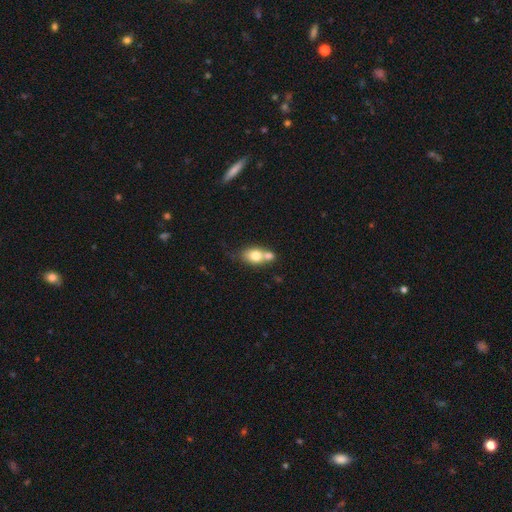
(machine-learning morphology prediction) type=smooth (74%); roundness=in between (70%); merging=merger (51%).